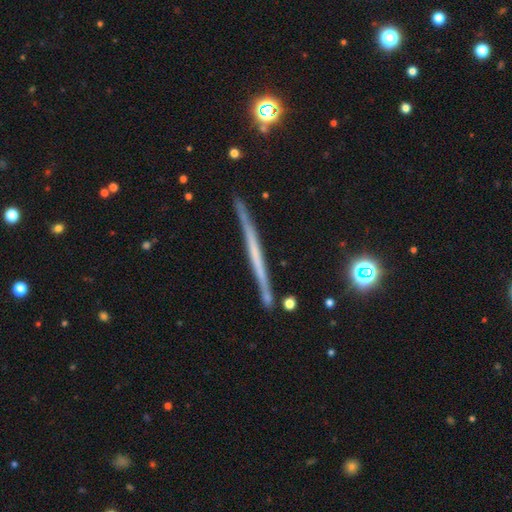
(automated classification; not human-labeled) Smooth or featured? Predicted: featured or disk (p=0.62). Edge-on disk? Predicted: yes (p=0.97). Edge-on bulge? Predicted: none (p=0.90). Merging? Predicted: none (p=0.88).